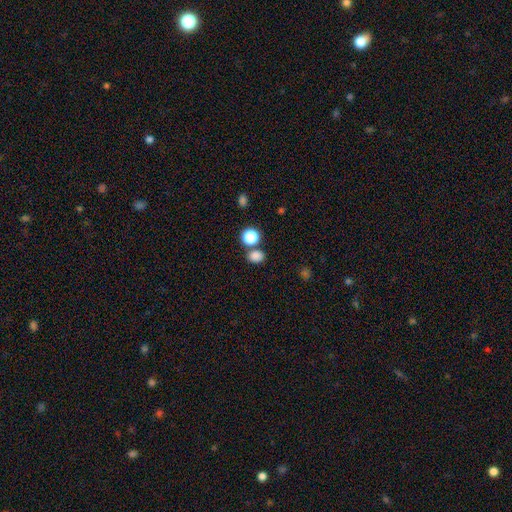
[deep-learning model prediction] Smooth or featured?
  - smooth: 82% *
  - star or artifact: 14%
  - featured or disk: 4%
How rounded?
  - round: 61% *
  - in between: 38%
  - cigar-shaped: 1%
Merging?
  - none: 68% *
  - merger: 20%
  - minor disturbance: 9%
  - major disturbance: 3%